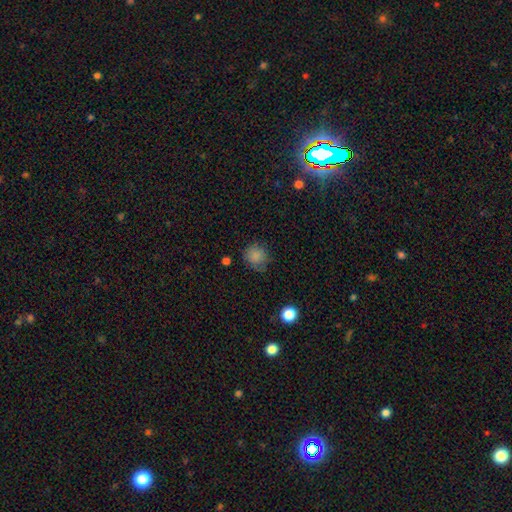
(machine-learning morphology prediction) smooth-or-featured: smooth: 83% | star or artifact: 11% | featured or disk: 6%
  how-rounded: round: 86% | in between: 13% | cigar-shaped: 1%
  merging: none: 69% | minor disturbance: 22% | major disturbance: 7% | merger: 2%